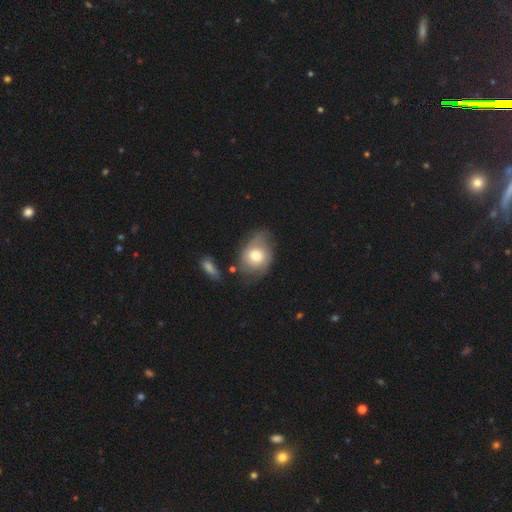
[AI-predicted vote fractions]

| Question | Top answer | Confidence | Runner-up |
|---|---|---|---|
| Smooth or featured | smooth | 54% | featured or disk (39%) |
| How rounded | in between | 58% | round (40%) |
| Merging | none | 50% | minor disturbance (29%) |